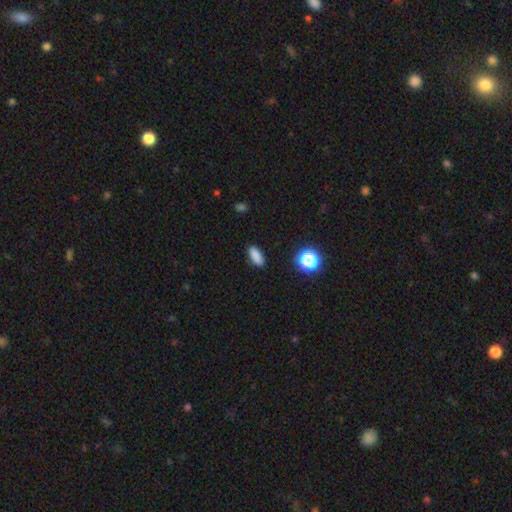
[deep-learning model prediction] Overall: smooth (85%). How rounded: in between (78%). Merging: none (89%).